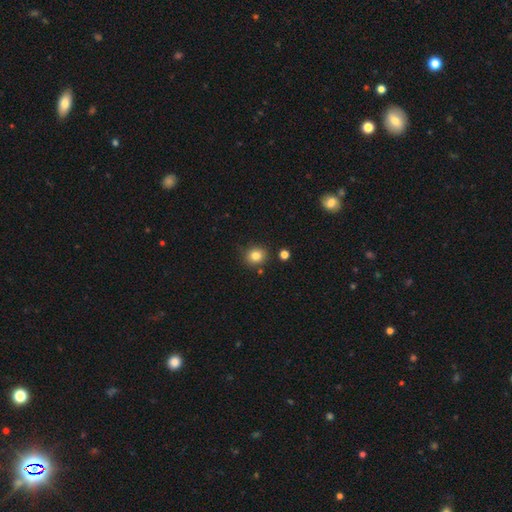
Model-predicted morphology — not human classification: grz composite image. It shows a smooth galaxy with no disk features (82%) that is round (81%). Merging: none (82%).